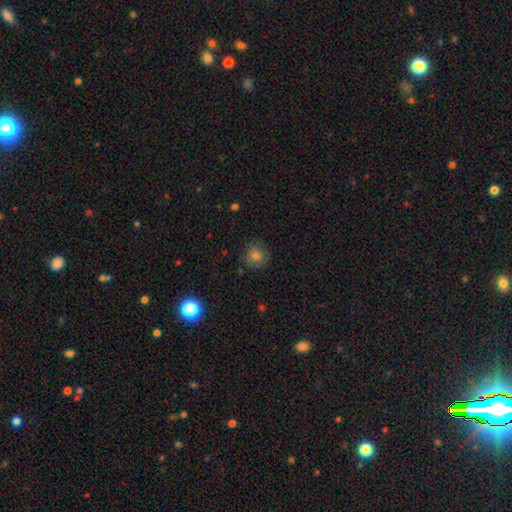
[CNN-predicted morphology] Q: Smooth or featured?
A: smooth (76%); runner-up: star or artifact (14%)
Q: How rounded?
A: round (90%); runner-up: in between (9%)
Q: Merging?
A: none (81%); runner-up: minor disturbance (14%)